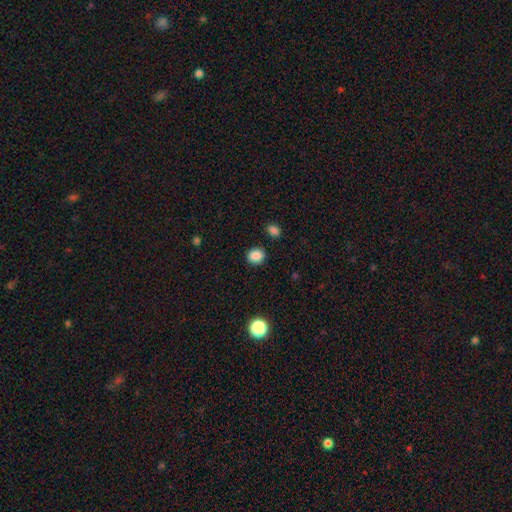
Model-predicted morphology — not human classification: Q: Smooth or featured?
A: smooth (87%); runner-up: star or artifact (10%)
Q: How rounded?
A: round (68%); runner-up: in between (31%)
Q: Merging?
A: none (86%); runner-up: minor disturbance (9%)